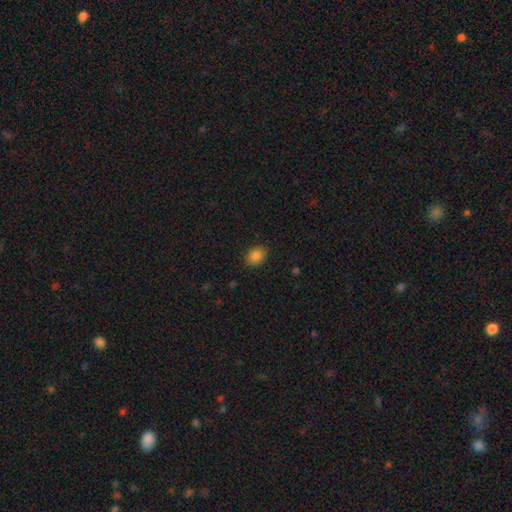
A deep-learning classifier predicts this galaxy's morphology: A smooth galaxy with no disk features (86%) that is in between round and cigar-shaped (59%).

Vote fractions:
- Smooth or featured? smooth: 86% / star or artifact: 9% / featured or disk: 5%
- How rounded? in between: 59% / round: 40% / cigar-shaped: 1%
- Merging? none: 87% / minor disturbance: 10% / major disturbance: 2% / merger: 1%